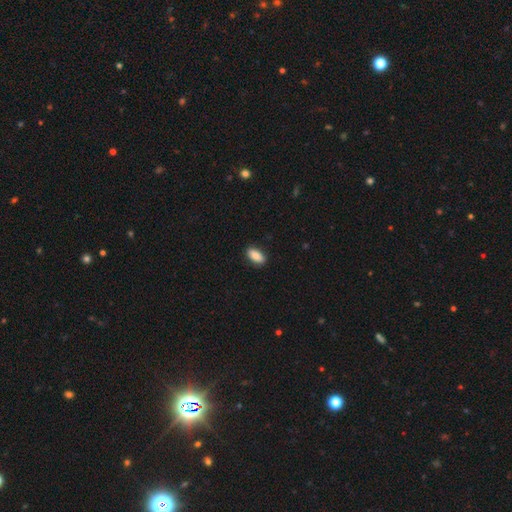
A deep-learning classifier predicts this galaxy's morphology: type=smooth (87%); roundness=in between (91%); merging=none (89%).